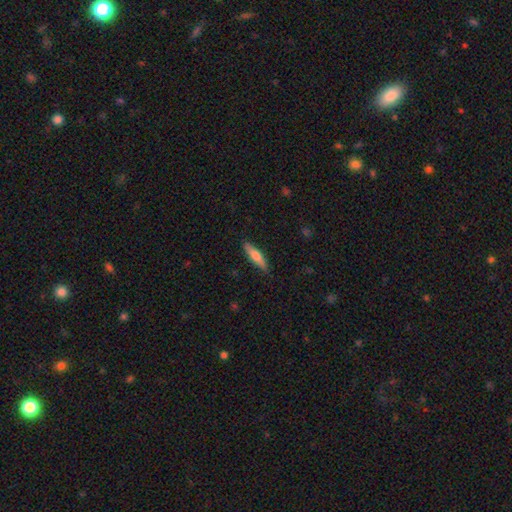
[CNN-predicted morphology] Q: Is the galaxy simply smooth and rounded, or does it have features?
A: smooth — 64%.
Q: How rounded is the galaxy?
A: cigar-shaped — 77%.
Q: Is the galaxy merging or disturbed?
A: none — 85%.